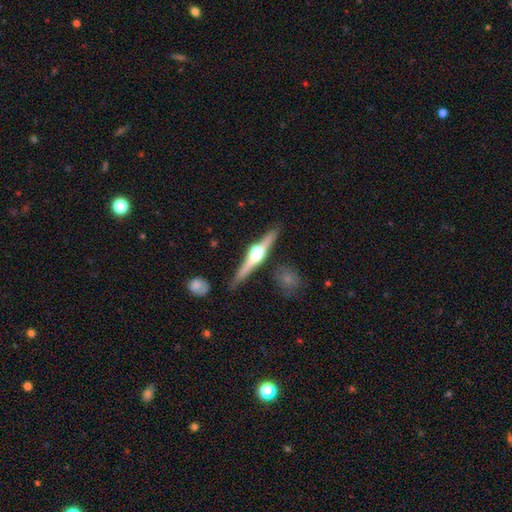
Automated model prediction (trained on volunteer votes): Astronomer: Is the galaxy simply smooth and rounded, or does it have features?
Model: featured or disk — 79%.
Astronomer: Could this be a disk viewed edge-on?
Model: yes — 98%.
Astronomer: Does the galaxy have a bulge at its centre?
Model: rounded — 95%.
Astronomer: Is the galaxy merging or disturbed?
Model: none — 84%.